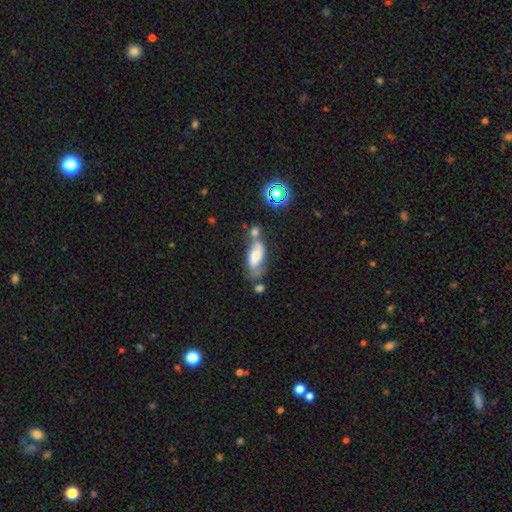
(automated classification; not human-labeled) Morphology: type=smooth (58%); roundness=in between (81%); merging=merger (34%, tied with none).